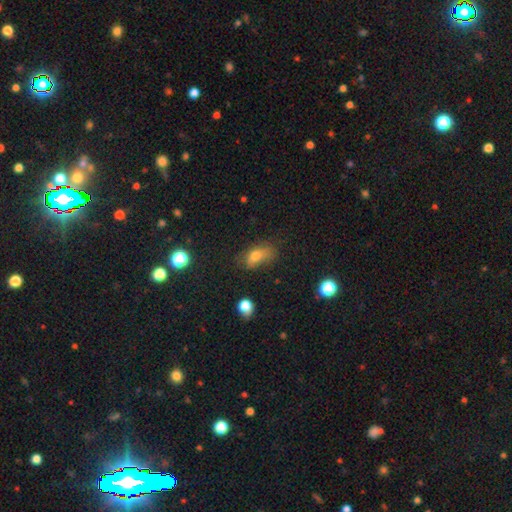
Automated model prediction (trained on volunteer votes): Morphology: type=smooth (73%); roundness=in between (82%); merging=none (50%).